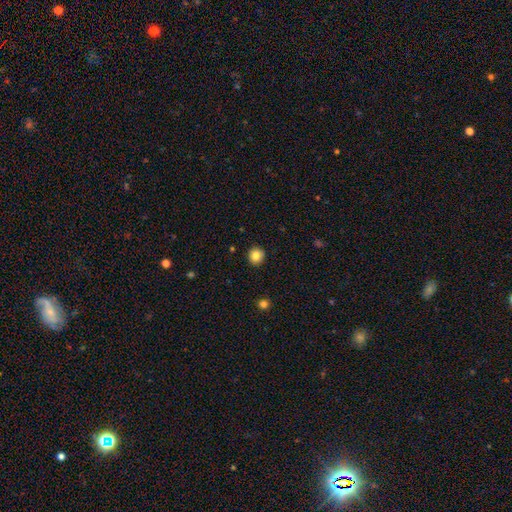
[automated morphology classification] This appears to be a smooth galaxy with no disk features (84%) that is round (92%). Merging: none (92%).